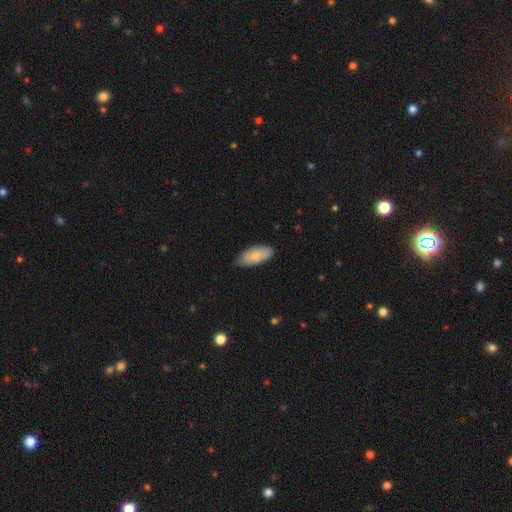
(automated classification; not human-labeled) Smooth or featured? smooth (83%)
How rounded? in between (86%)
Merging? none (79%)